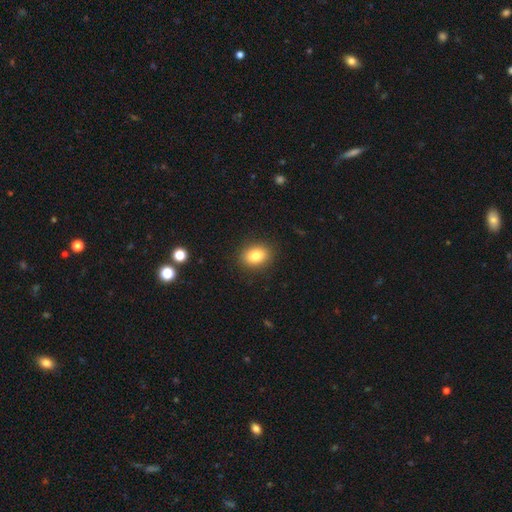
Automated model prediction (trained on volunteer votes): smooth_or_featured: smooth (p=0.82) [alt: star or artifact p=0.10]
how_rounded: in between (p=0.65) [alt: round p=0.34]
merging: none (p=0.89) [alt: minor disturbance p=0.08]